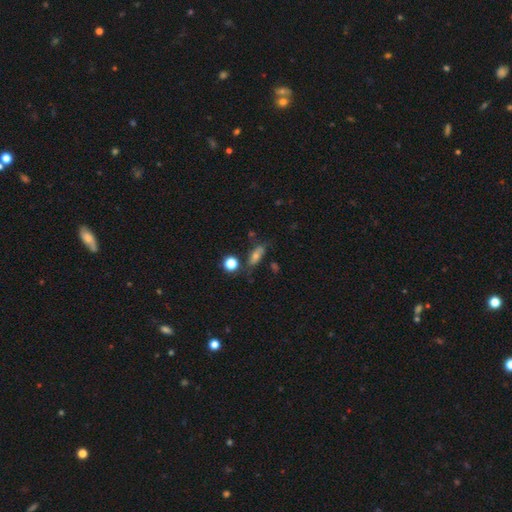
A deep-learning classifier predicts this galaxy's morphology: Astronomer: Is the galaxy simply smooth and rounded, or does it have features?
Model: smooth — 56%.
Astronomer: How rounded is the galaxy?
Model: in between — 66%.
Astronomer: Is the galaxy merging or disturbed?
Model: none — 60%.